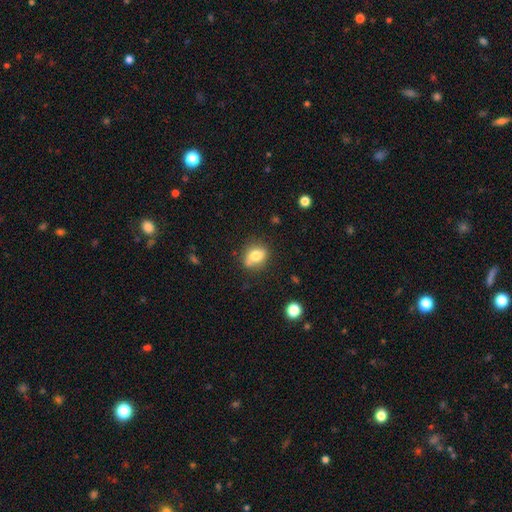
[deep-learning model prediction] This is likely a smooth galaxy (76%). How rounded: possibly in between (51%). Merging: likely none (69%).